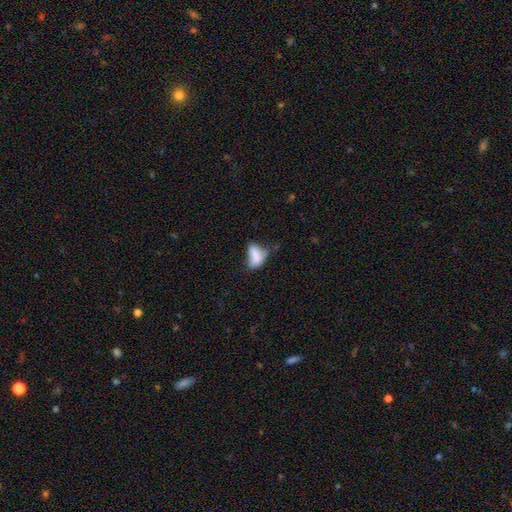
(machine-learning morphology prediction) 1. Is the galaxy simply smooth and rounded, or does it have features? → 68% smooth, 21% featured or disk, 10% star or artifact.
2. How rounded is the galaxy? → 86% in between, 8% cigar-shaped, 7% round.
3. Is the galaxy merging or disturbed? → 32% minor disturbance, 29% none, 26% major disturbance, 13% merger.